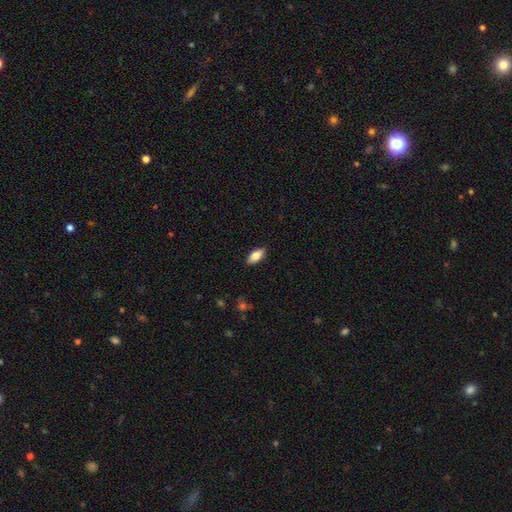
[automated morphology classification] smooth_or_featured: smooth (p=0.80) [alt: featured or disk p=0.13]
how_rounded: in between (p=0.88) [alt: cigar-shaped p=0.10]
merging: none (p=0.88) [alt: minor disturbance p=0.09]